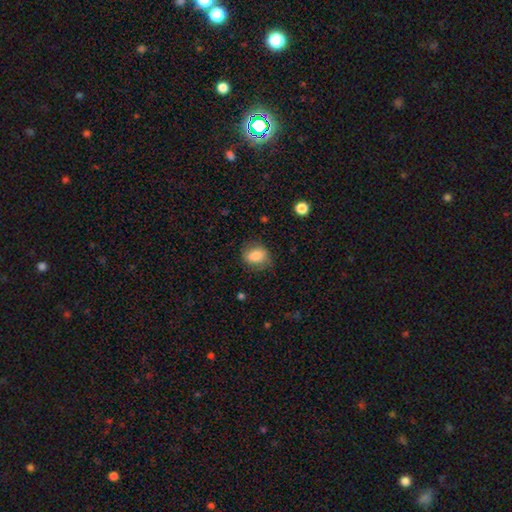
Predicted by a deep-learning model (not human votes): A smooth galaxy with no disk features (81%) that is in between round and cigar-shaped (50%).

Vote fractions:
- Smooth or featured? smooth: 81% / featured or disk: 11% / star or artifact: 8%
- How rounded? in between: 50% / round: 49% / cigar-shaped: 1%
- Merging? none: 76% / minor disturbance: 18% / major disturbance: 6% / merger: 1%